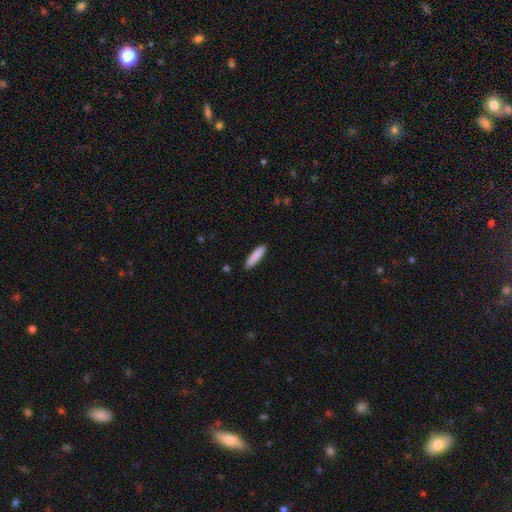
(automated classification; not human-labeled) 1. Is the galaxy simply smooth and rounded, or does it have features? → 87% smooth, 7% featured or disk, 6% star or artifact.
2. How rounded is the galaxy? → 85% cigar-shaped, 14% in between, 1% round.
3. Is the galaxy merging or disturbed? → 89% none, 8% minor disturbance, 2% major disturbance, 1% merger.